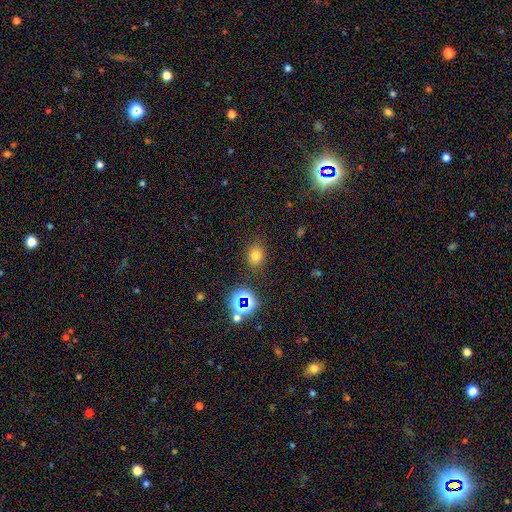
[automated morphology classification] A smooth galaxy with no disk features (71%) that is round (56%). Merging: none (83%).